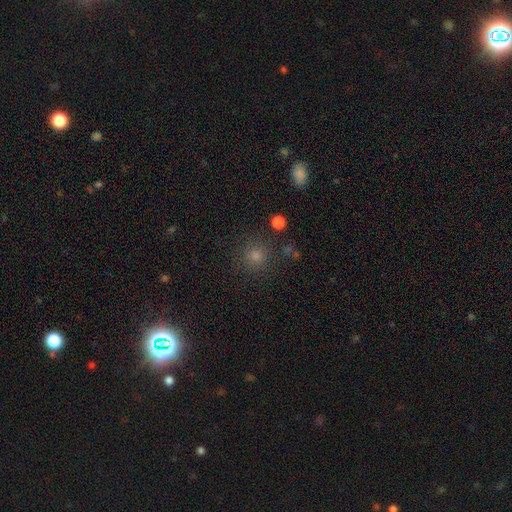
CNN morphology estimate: Smooth or featured? Predicted: smooth (p=0.77). How rounded? Predicted: round (p=0.93). Merging? Predicted: none (p=0.84).